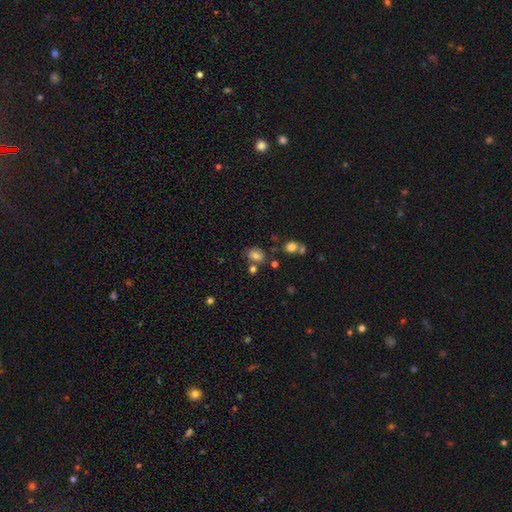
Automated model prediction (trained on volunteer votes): A smooth galaxy with no disk features (75%) that is in between round and cigar-shaped (51%). Merging: none (63%).